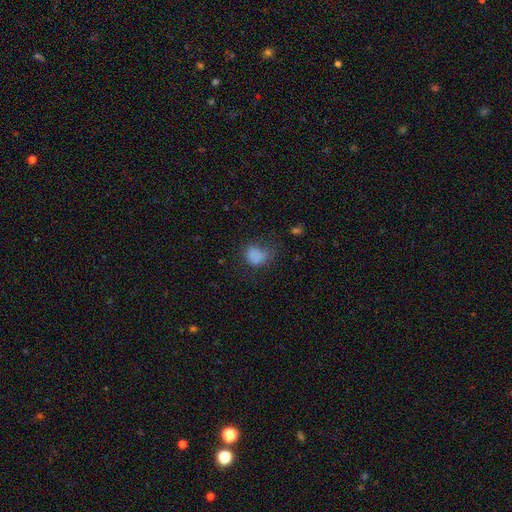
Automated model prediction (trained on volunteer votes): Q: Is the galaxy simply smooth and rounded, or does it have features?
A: smooth — 77%.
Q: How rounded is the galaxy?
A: in between — 57%.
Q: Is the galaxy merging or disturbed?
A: none — 43%.